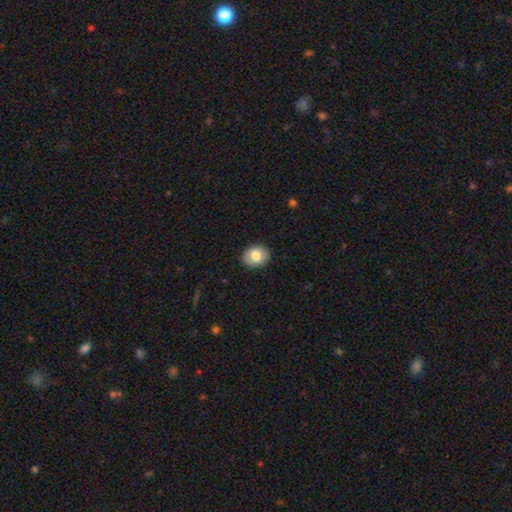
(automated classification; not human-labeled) smooth 81%, featured or disk 11%, star or artifact 8%. Down the decision tree: how rounded — round (59%); merging — none (90%).